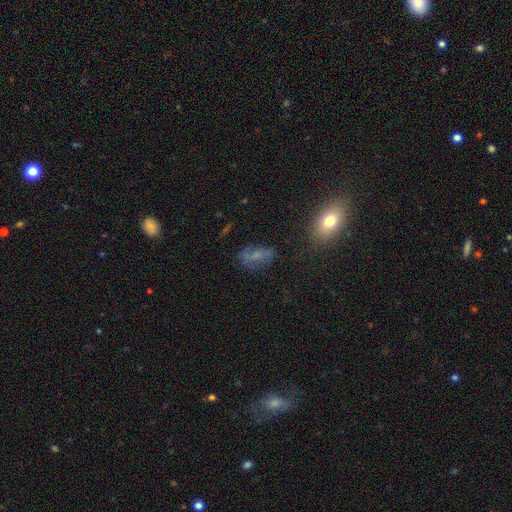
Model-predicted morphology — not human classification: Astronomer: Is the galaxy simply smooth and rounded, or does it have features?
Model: smooth — 49% (runner-up: featured or disk, 33%).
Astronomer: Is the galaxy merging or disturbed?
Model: none — 58%.